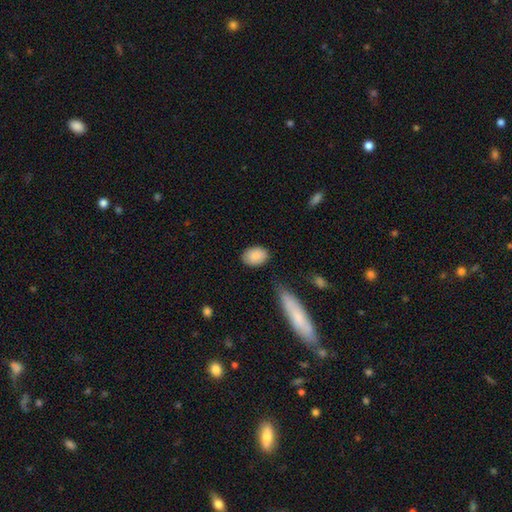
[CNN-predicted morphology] smooth-or-featured: smooth: 88% | star or artifact: 7% | featured or disk: 5%
  how-rounded: in between: 81% | round: 18% | cigar-shaped: 1%
  merging: none: 81% | minor disturbance: 13% | major disturbance: 3% | merger: 3%